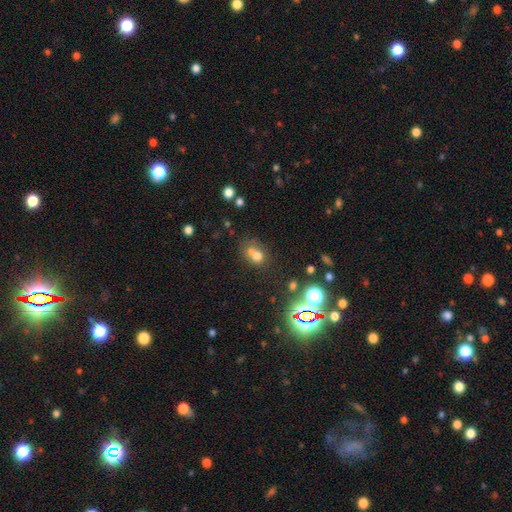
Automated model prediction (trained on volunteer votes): smooth-or-featured: smooth: 66% | star or artifact: 20% | featured or disk: 14%
  how-rounded: round: 58% | in between: 41% | cigar-shaped: 1%
  merging: merger: 44% | none: 37% | minor disturbance: 12% | major disturbance: 7%